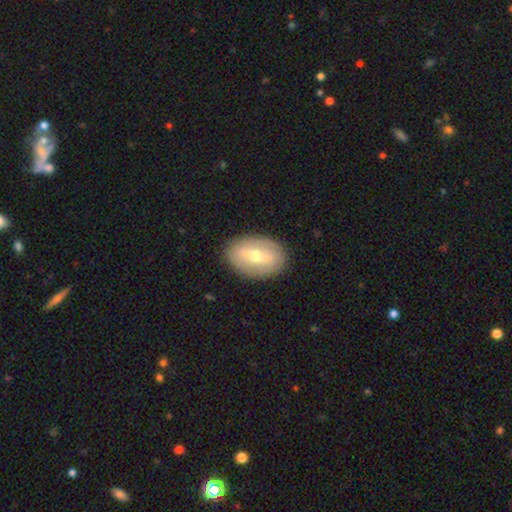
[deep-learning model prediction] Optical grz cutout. It shows a featured or disk galaxy (54%). Merging: none (86%).